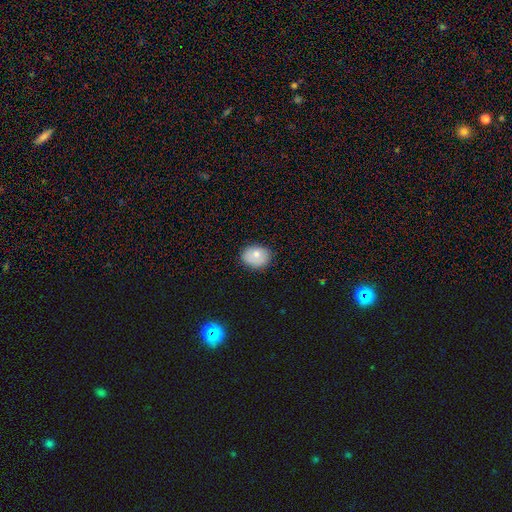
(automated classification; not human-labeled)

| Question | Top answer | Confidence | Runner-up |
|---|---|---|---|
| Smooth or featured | smooth | 76% | featured or disk (16%) |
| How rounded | in between | 57% | round (42%) |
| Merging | none | 81% | minor disturbance (15%) |